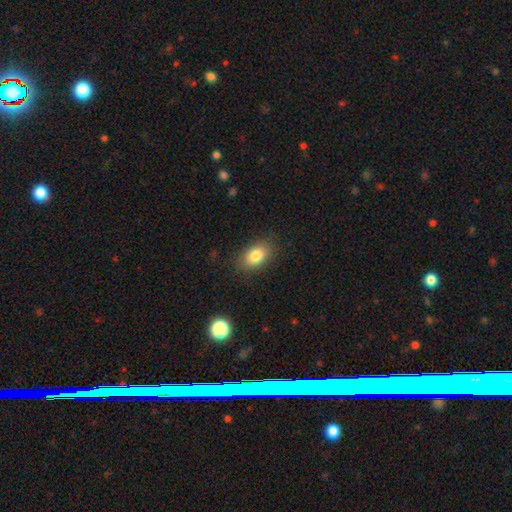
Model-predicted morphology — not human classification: type=smooth (83%); roundness=in between (87%); merging=none (85%).